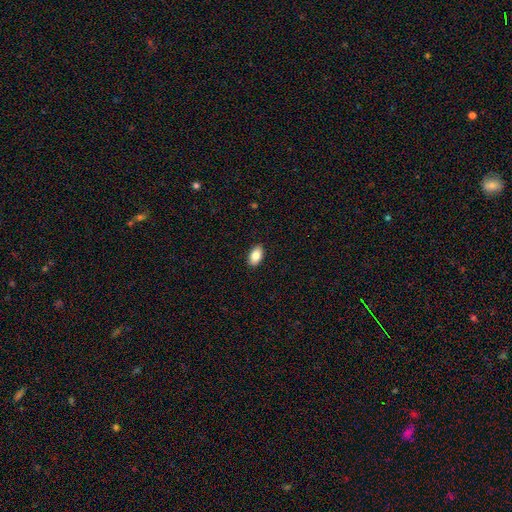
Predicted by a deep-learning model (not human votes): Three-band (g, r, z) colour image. It shows a smooth galaxy with no disk features (85%) that is in between round and cigar-shaped (93%). Merging: none (90%).